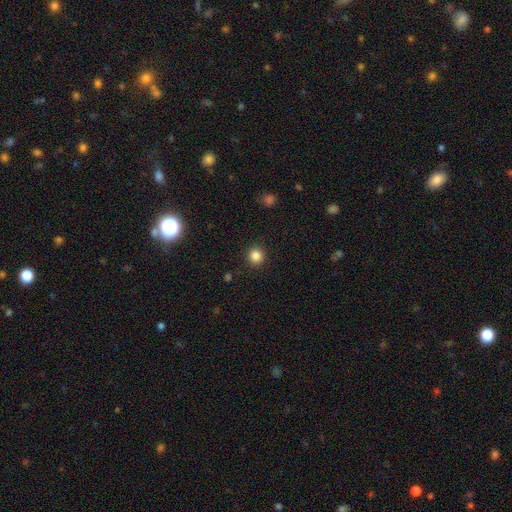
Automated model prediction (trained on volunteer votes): Smooth or featured: smooth — 85% (star or artifact — 11%)
How rounded: round — 95% (in between — 4%)
Merging: none — 92% (minor disturbance — 5%)